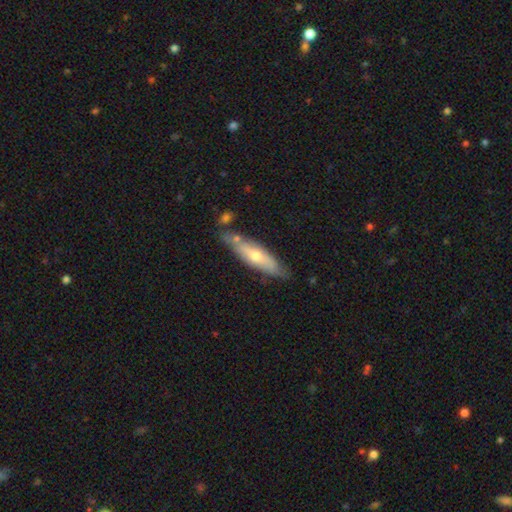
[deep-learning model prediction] The model was most divided on "smooth or featured": smooth: 50%, featured or disk: 44%, star or artifact: 6%. More confident: merging — none (68%); how rounded — cigar-shaped (63%).